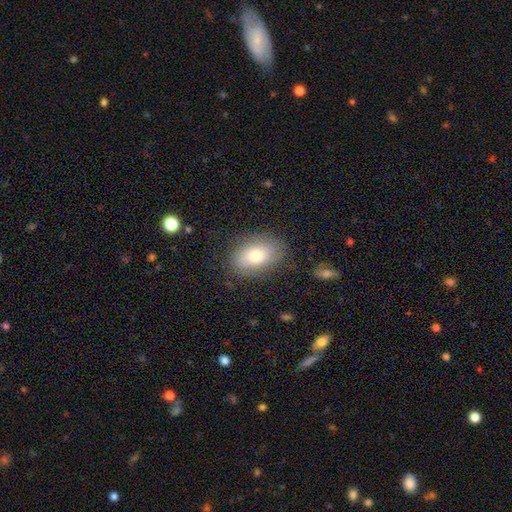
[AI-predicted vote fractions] smooth-or-featured: smooth: 77% | featured or disk: 15% | star or artifact: 8%
  how-rounded: in between: 86% | round: 12% | cigar-shaped: 1%
  merging: none: 80% | minor disturbance: 14% | major disturbance: 5% | merger: 2%